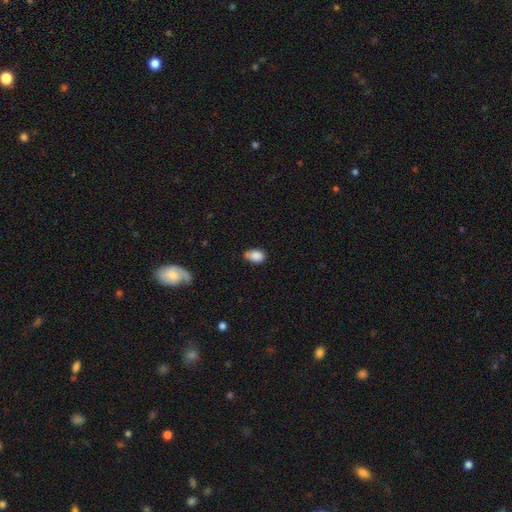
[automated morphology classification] A smooth galaxy with no disk features (86%) that is in between round and cigar-shaped (86%). Merging: none (56%).